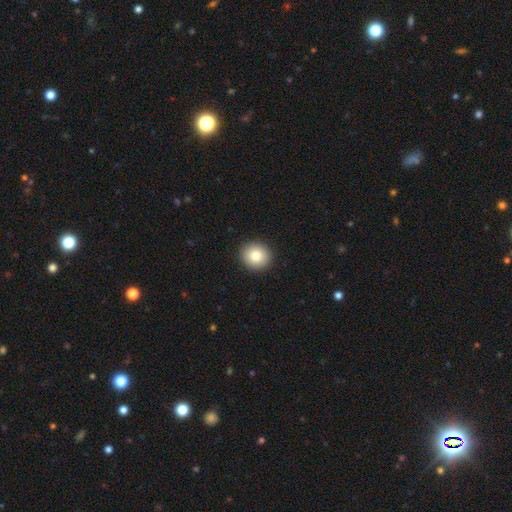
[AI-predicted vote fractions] Smooth or featured?
  - smooth: 82% *
  - star or artifact: 9%
  - featured or disk: 9%
How rounded?
  - round: 90% *
  - in between: 9%
  - cigar-shaped: 1%
Merging?
  - none: 92% *
  - minor disturbance: 5%
  - major disturbance: 2%
  - merger: 1%